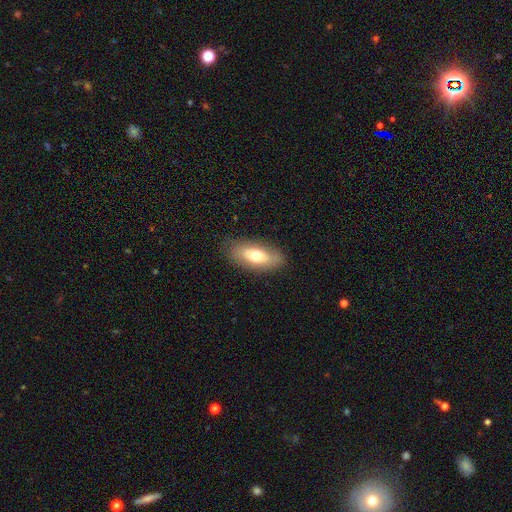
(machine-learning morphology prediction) The model was most divided on "smooth or featured": smooth: 63%, featured or disk: 30%, star or artifact: 7%. More confident: how rounded — in between (86%); merging — none (83%).